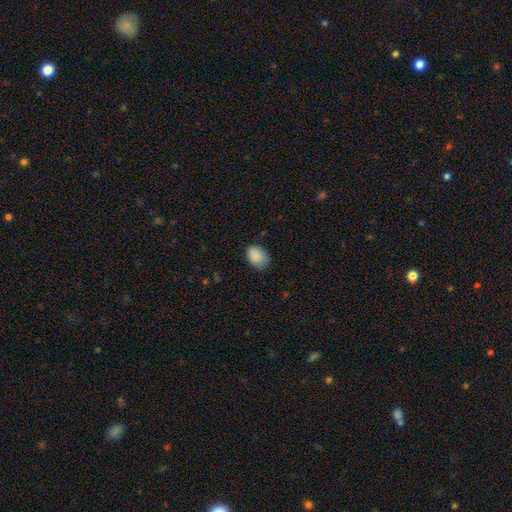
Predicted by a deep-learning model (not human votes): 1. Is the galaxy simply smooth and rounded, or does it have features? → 88% smooth, 8% star or artifact, 4% featured or disk.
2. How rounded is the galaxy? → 71% in between, 28% round, 1% cigar-shaped.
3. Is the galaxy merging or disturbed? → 66% none, 27% minor disturbance, 5% major disturbance, 1% merger.